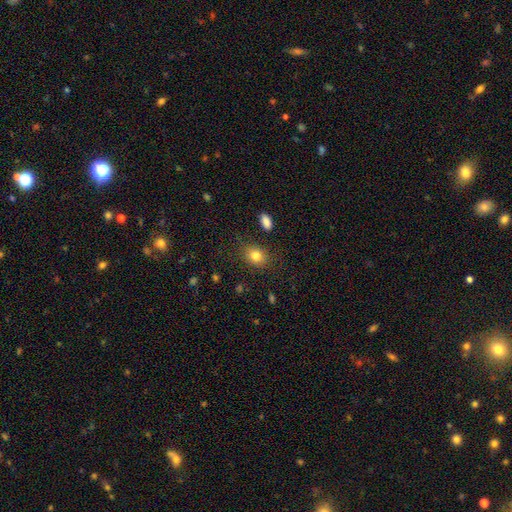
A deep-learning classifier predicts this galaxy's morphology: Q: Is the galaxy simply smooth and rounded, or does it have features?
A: smooth — 82%.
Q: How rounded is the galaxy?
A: in between — 52%.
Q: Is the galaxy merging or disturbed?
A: none — 82%.